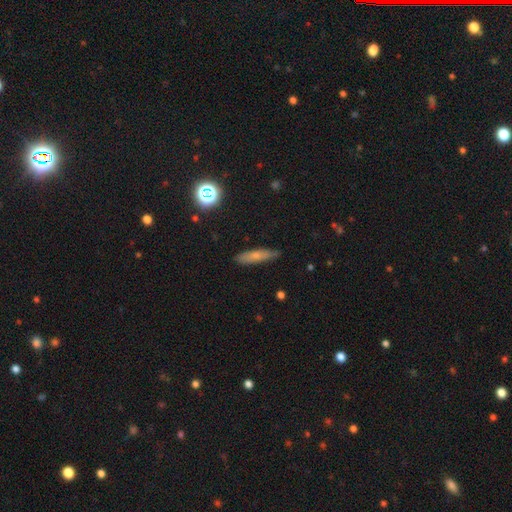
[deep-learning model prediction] Smooth or featured? Predicted: smooth (p=0.68). How rounded? Predicted: cigar-shaped (p=0.77). Merging? Predicted: none (p=0.83).